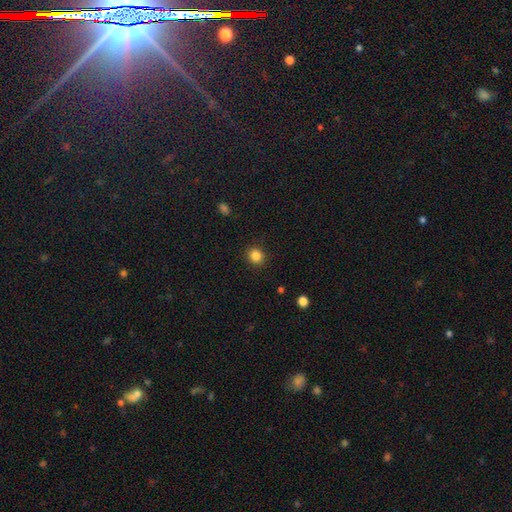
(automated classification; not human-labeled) smooth-or-featured: smooth: 85% | star or artifact: 11% | featured or disk: 4%
  how-rounded: round: 86% | in between: 14% | cigar-shaped: 1%
  merging: none: 90% | minor disturbance: 6% | major disturbance: 2% | merger: 1%